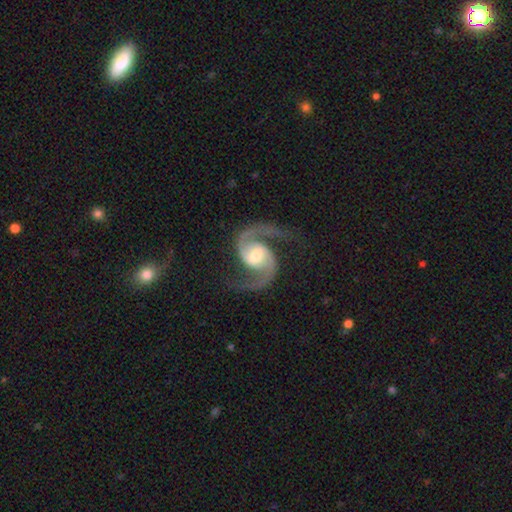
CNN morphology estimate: A featured or disk galaxy (94%) with no bar (55%), 2 (95%) medium (54%) spiral arms (99%) and a moderate central bulge (67%). Merging: none (80%).